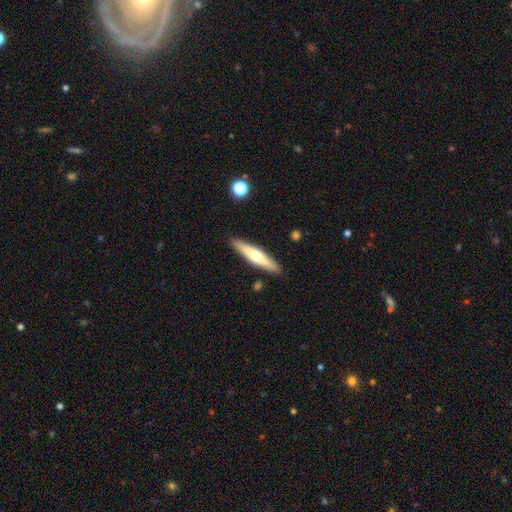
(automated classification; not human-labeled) smooth-or-featured: smooth: 49% | featured or disk: 46% | star or artifact: 5%
  merging: none: 90% | minor disturbance: 7% | major disturbance: 2% | merger: 1%